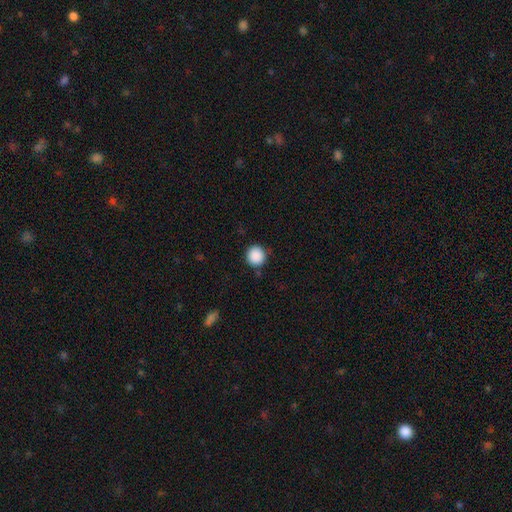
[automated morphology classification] Q: Smooth or featured?
A: smooth (89%); runner-up: star or artifact (9%)
Q: How rounded?
A: round (92%); runner-up: in between (7%)
Q: Merging?
A: none (88%); runner-up: minor disturbance (8%)